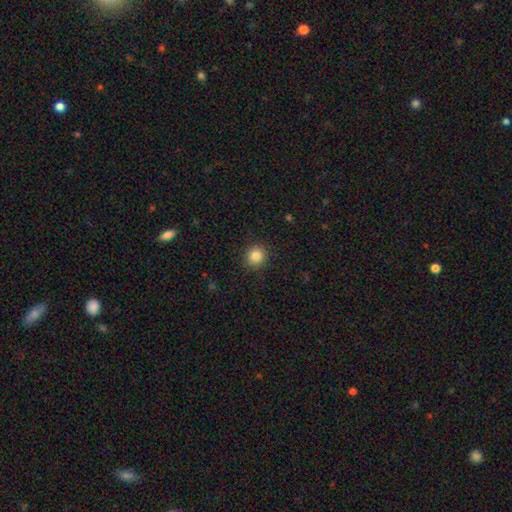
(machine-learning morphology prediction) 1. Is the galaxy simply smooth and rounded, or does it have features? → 85% smooth, 11% star or artifact, 5% featured or disk.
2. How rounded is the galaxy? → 87% round, 12% in between, 1% cigar-shaped.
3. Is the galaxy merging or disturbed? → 90% none, 7% minor disturbance, 2% major disturbance, 1% merger.